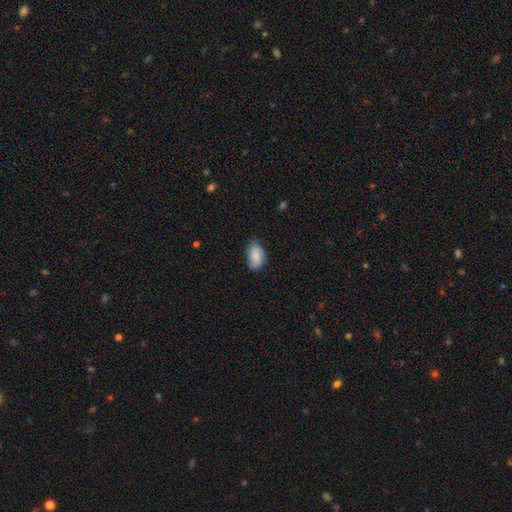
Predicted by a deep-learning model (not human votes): Q: Smooth or featured?
A: smooth (83%); runner-up: featured or disk (10%)
Q: How rounded?
A: in between (91%); runner-up: round (7%)
Q: Merging?
A: none (67%); runner-up: minor disturbance (28%)